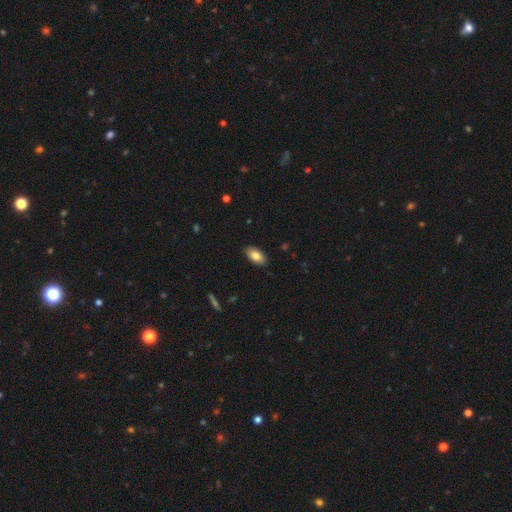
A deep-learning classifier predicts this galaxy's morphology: A smooth galaxy with no disk features (84%) that is in between round and cigar-shaped (94%). Merging: none (89%).